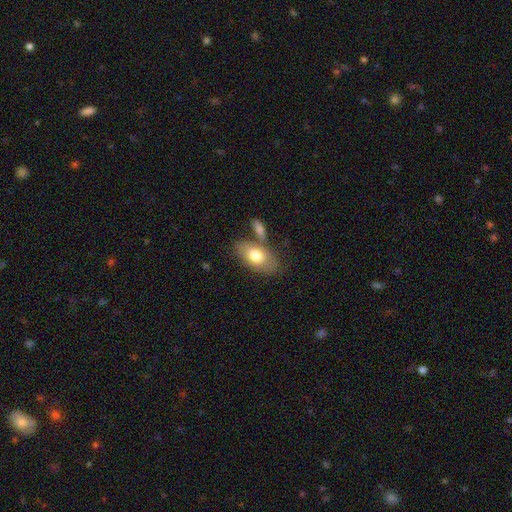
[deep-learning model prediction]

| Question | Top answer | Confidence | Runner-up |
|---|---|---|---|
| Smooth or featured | smooth | 74% | featured or disk (20%) |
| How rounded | in between | 91% | round (5%) |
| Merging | none | 56% | merger (21%) |